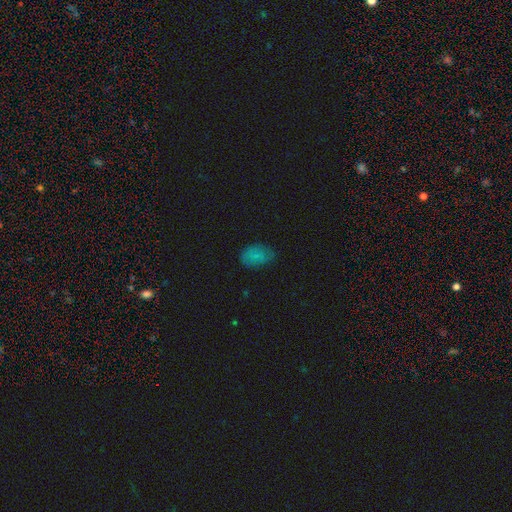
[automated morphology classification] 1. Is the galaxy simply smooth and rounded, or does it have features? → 72% smooth, 15% featured or disk, 13% star or artifact.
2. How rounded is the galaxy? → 84% in between, 15% round, 1% cigar-shaped.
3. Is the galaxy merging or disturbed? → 58% none, 32% minor disturbance, 9% major disturbance, 2% merger.